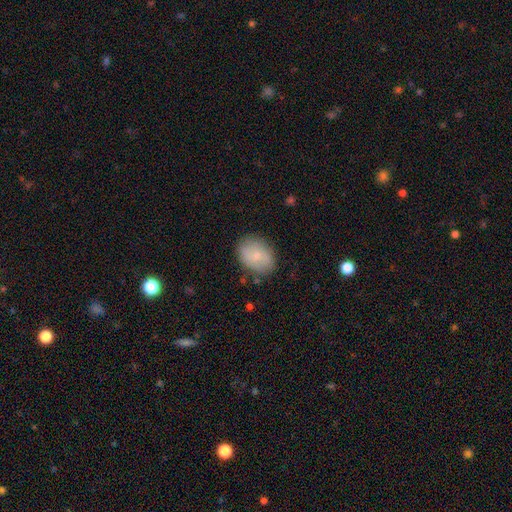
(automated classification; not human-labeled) Smooth or featured?
  - smooth: 68% *
  - featured or disk: 24%
  - star or artifact: 7%
How rounded?
  - in between: 70% *
  - round: 29%
  - cigar-shaped: 1%
Merging?
  - none: 79% *
  - minor disturbance: 15%
  - major disturbance: 4%
  - merger: 2%